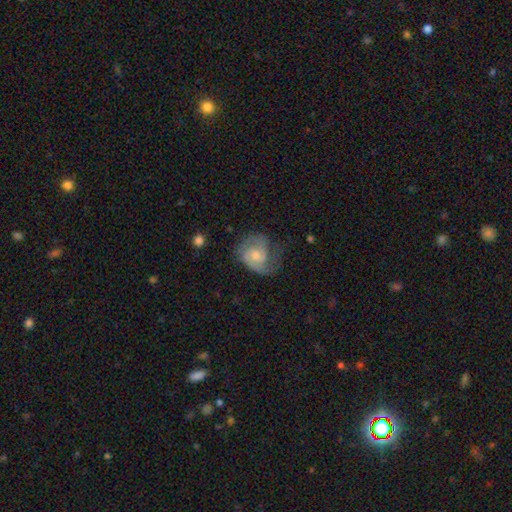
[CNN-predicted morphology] Smooth or featured?
  - featured or disk: 71% *
  - smooth: 23%
  - star or artifact: 6%
Edge-on disk?
  - no: 98% *
  - yes: 2%
Bar?
  - no: 61% *
  - weak: 34%
  - strong: 4%
Spiral arms?
  - yes: 92% *
  - no: 8%
Spiral winding?
  - medium: 45% *
  - tight: 36%
  - loose: 19%
Spiral arm count?
  - 2: 60% *
  - 1: 15%
  - can't tell: 14%
  - 3: 7%
  - 4: 2%
  - more than 4: 2%
Bulge size?
  - moderate: 43% *
  - small: 36%
  - none: 11%
  - large: 8%
  - dominant: 1%
Merging?
  - none: 46% *
  - major disturbance: 26%
  - minor disturbance: 26%
  - merger: 2%